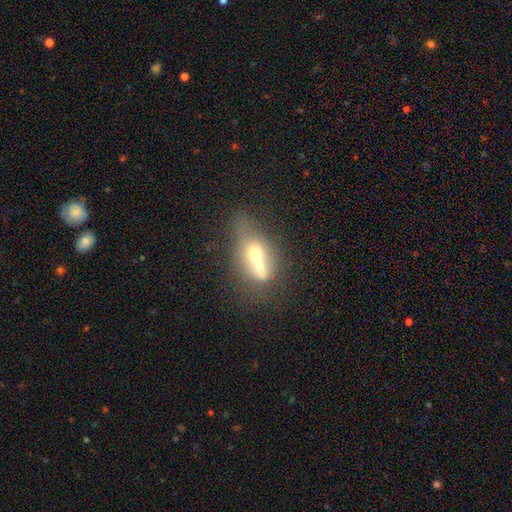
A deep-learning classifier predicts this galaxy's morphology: Smooth or featured?
  - smooth: 54% *
  - featured or disk: 36%
  - star or artifact: 11%
How rounded?
  - in between: 62% *
  - round: 30%
  - cigar-shaped: 8%
Merging?
  - merger: 70% *
  - none: 16%
  - minor disturbance: 8%
  - major disturbance: 6%